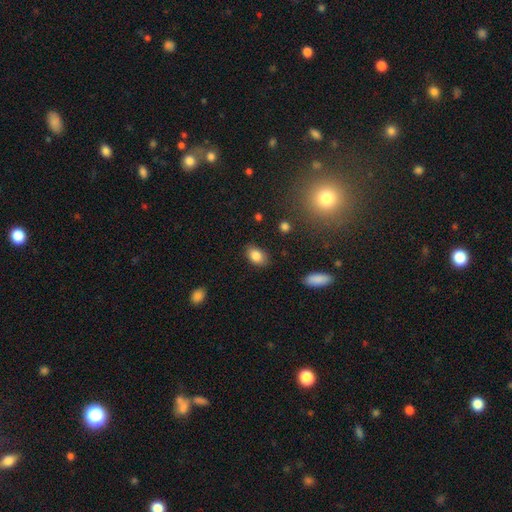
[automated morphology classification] This appears to be a smooth galaxy with no disk features (85%) that is in between round and cigar-shaped (87%). Merging: none (83%).